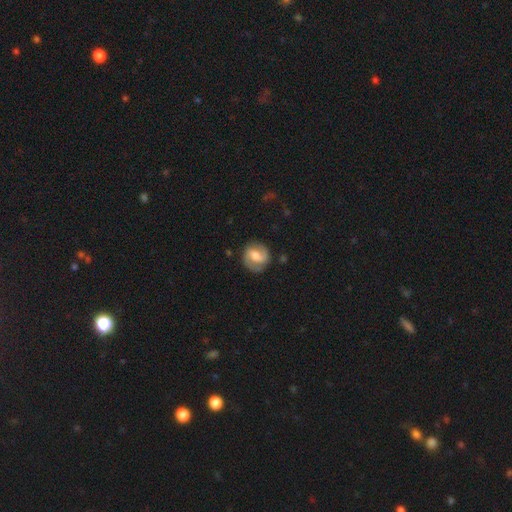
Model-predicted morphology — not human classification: This is likely a featured or disk galaxy (72%). It is clearly not viewed edge-on (98%). Bar: possibly weak (50%). Spiral arm pattern: clearly yes (91%). Spiral arm count: clearly 2 (88%). Spiral winding: possibly medium (47%). Central bulge: possibly moderate (56%). Merging: clearly none (82%).